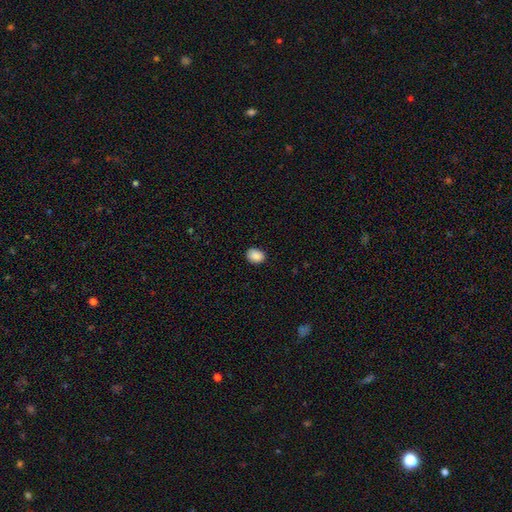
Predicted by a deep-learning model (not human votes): A smooth galaxy with no disk features (89%) that is in between round and cigar-shaped (61%).

Vote fractions:
- Smooth or featured? smooth: 89% / star or artifact: 8% / featured or disk: 3%
- How rounded? in between: 61% / round: 38% / cigar-shaped: 1%
- Merging? none: 87% / minor disturbance: 10% / major disturbance: 2% / merger: 1%